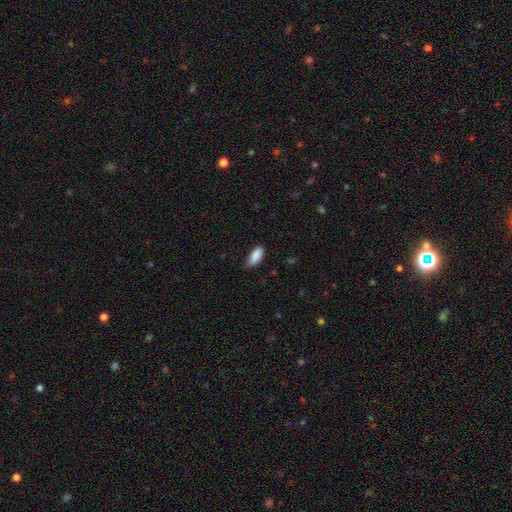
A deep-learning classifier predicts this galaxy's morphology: This is clearly a smooth galaxy (88%). How rounded: clearly in between (84%). Merging: possibly none (58%).